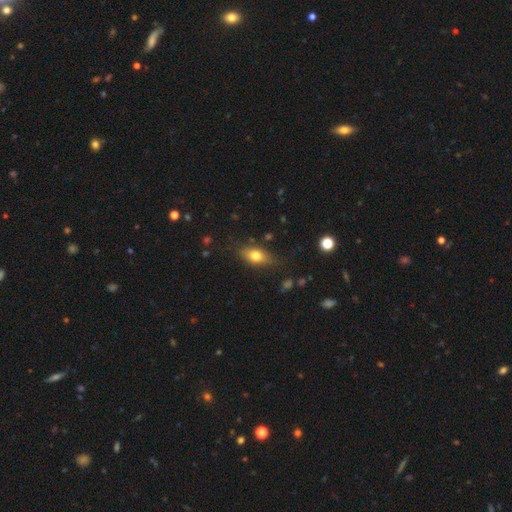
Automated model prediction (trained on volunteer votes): Overall: smooth (75%). How rounded: in between (82%). Merging: none (78%).